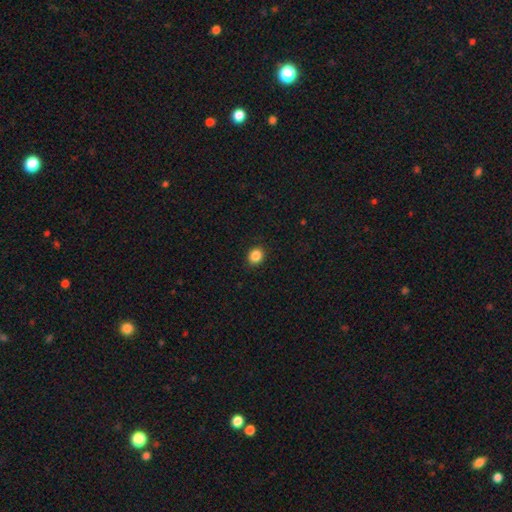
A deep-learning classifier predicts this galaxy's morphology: smooth 86%, star or artifact 10%, featured or disk 3%. Down the decision tree: how rounded — round (68%); merging — none (90%).